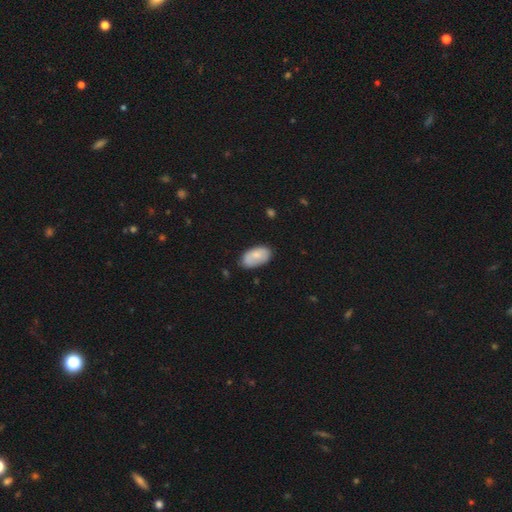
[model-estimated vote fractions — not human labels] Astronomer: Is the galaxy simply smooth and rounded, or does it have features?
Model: smooth — 77%.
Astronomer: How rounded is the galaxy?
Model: in between — 95%.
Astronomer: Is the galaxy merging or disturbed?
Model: none — 72%.